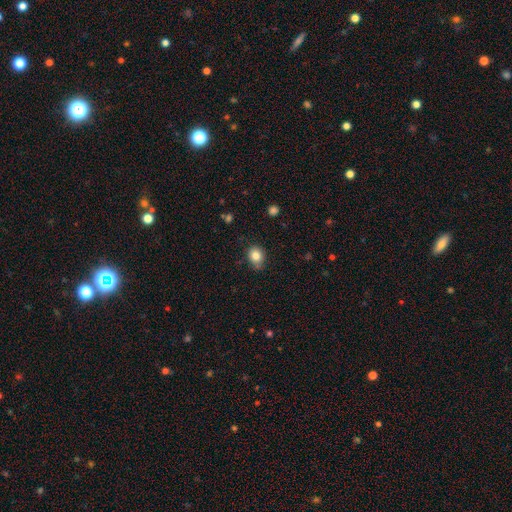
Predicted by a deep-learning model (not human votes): Q: Smooth or featured?
A: smooth (83%); runner-up: star or artifact (10%)
Q: How rounded?
A: round (55%); runner-up: in between (45%)
Q: Merging?
A: none (76%); runner-up: minor disturbance (19%)